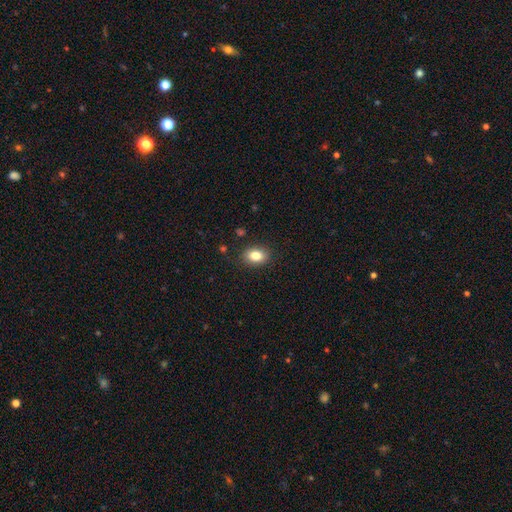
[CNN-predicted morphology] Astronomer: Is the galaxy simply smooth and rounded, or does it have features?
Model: smooth — 82%.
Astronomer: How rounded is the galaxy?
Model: in between — 70%.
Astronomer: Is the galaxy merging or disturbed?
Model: none — 87%.